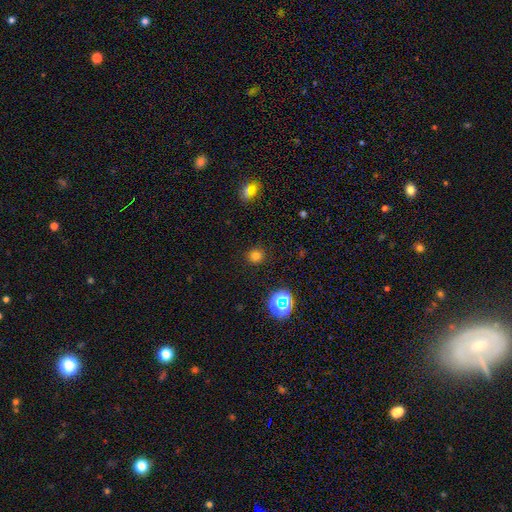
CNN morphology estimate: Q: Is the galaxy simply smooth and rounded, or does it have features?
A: smooth — 74%.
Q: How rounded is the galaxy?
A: round — 91%.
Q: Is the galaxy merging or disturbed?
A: none — 89%.